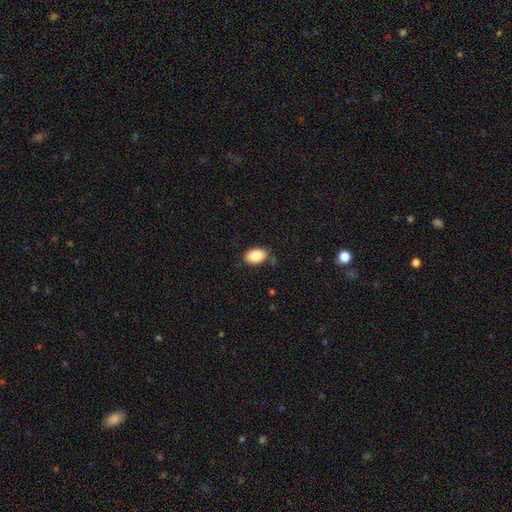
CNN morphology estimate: A smooth galaxy with no disk features (86%) that is in between round and cigar-shaped (90%).

Vote fractions:
- Smooth or featured? smooth: 86% / star or artifact: 7% / featured or disk: 7%
- How rounded? in between: 90% / round: 9% / cigar-shaped: 1%
- Merging? none: 80% / minor disturbance: 15% / major disturbance: 3% / merger: 2%